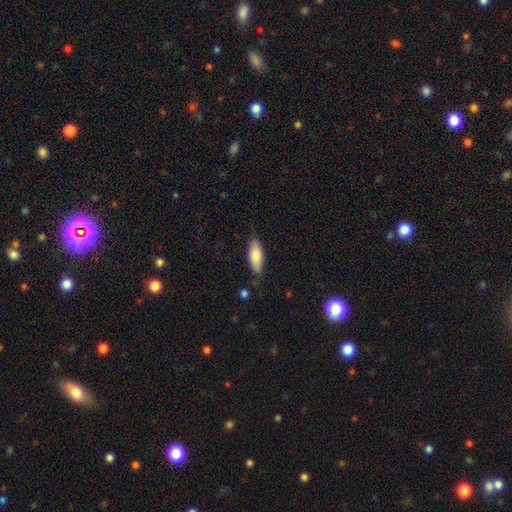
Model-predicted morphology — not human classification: Q: Smooth or featured?
A: smooth (80%); runner-up: featured or disk (14%)
Q: How rounded?
A: in between (72%); runner-up: cigar-shaped (26%)
Q: Merging?
A: none (78%); runner-up: minor disturbance (17%)